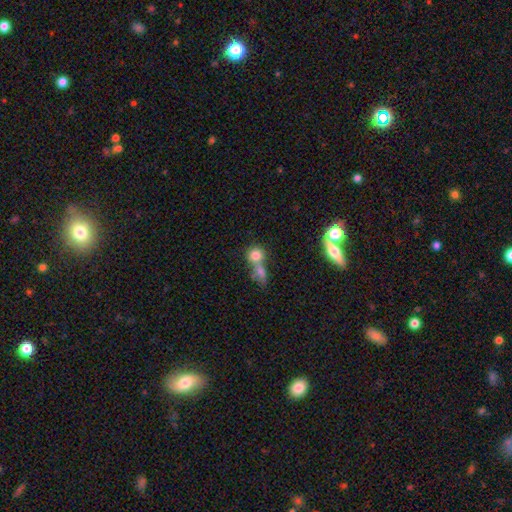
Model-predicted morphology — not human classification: This appears to be a smooth galaxy with no disk features (78%) that is round (81%). Merging: merger (50%).